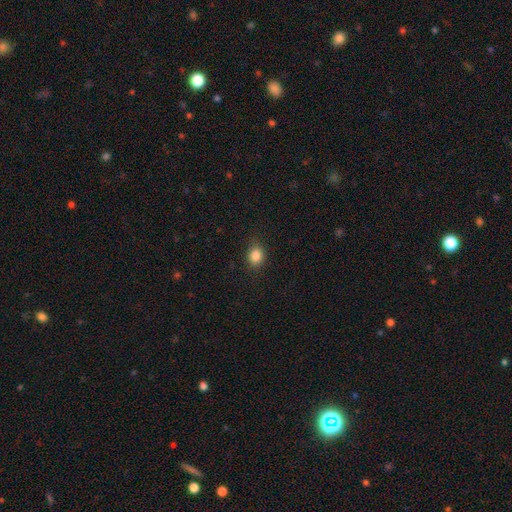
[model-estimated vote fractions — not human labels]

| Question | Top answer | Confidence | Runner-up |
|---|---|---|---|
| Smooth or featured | smooth | 85% | star or artifact (10%) |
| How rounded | round | 52% | in between (47%) |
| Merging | none | 84% | minor disturbance (12%) |